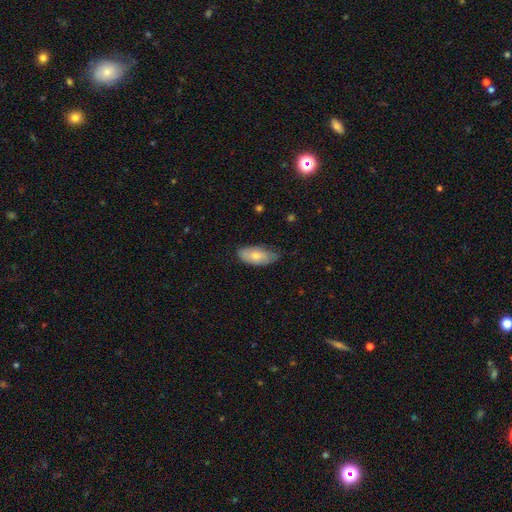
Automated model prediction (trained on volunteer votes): Q: Smooth or featured?
A: smooth (71%); runner-up: featured or disk (23%)
Q: How rounded?
A: in between (90%); runner-up: cigar-shaped (7%)
Q: Merging?
A: none (63%); runner-up: minor disturbance (31%)